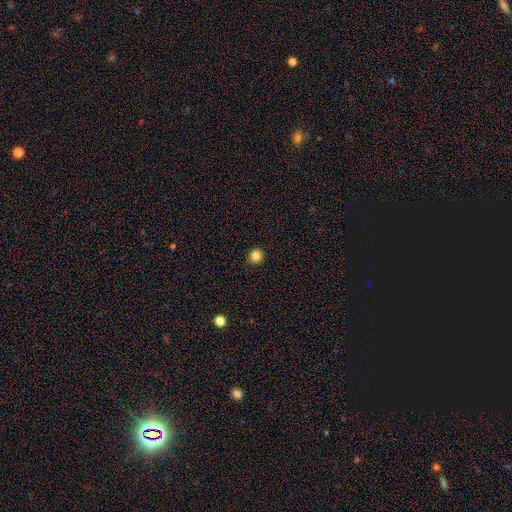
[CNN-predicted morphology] Smooth or featured? Predicted: smooth (p=0.84). How rounded? Predicted: round (p=0.93). Merging? Predicted: none (p=0.93).